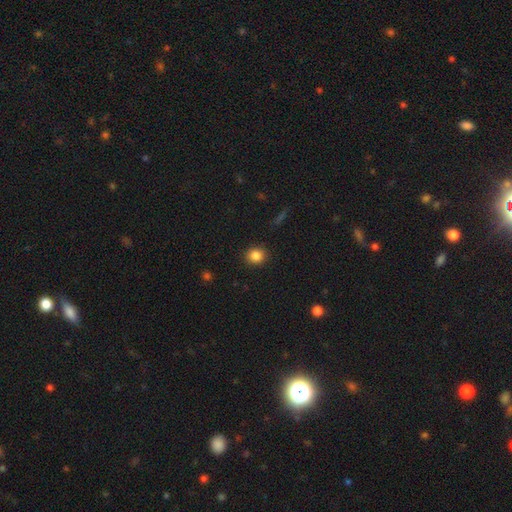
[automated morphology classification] This is clearly a smooth galaxy (85%). How rounded: clearly round (81%). Merging: clearly none (91%).